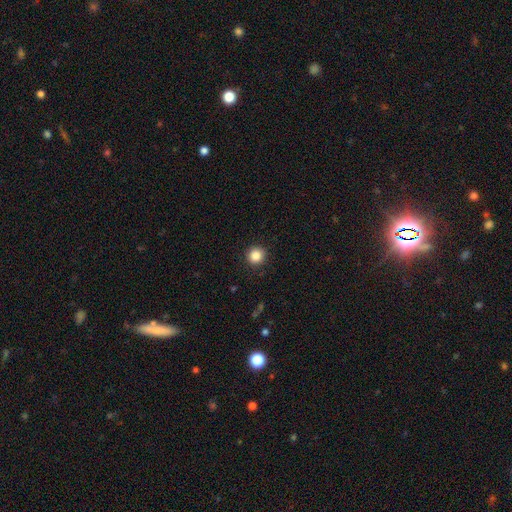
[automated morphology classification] Smooth or featured: smooth — 85% (star or artifact — 10%)
How rounded: round — 94% (in between — 5%)
Merging: none — 92% (minor disturbance — 5%)